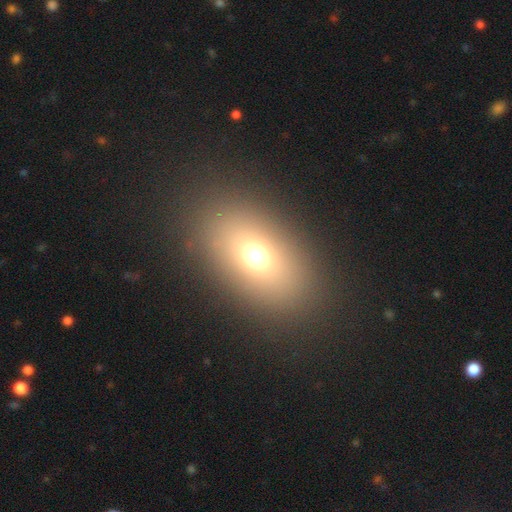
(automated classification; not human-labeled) The model was most divided on "smooth or featured": smooth: 69%, featured or disk: 16%, star or artifact: 15%. More confident: merging — none (88%); how rounded — in between (81%).